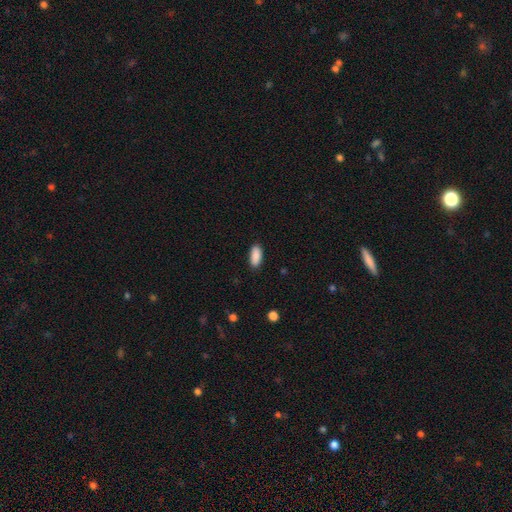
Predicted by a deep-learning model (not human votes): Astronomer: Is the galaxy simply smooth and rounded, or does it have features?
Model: smooth — 90%.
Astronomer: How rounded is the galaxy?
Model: in between — 87%.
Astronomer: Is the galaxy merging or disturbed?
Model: none — 88%.